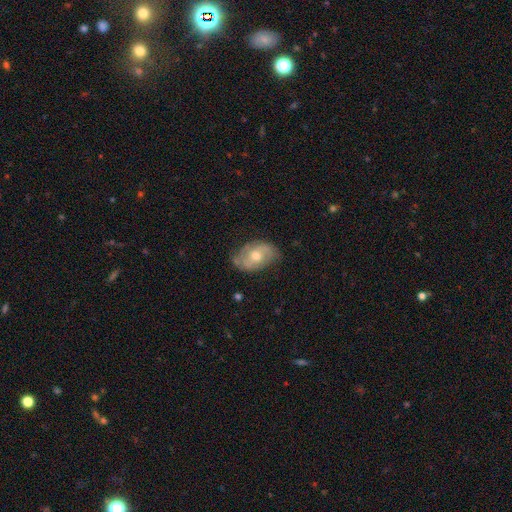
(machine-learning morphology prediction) A featured or disk galaxy (54%) with no bar (63%), spiral arms (70%) and a moderate central bulge (70%).

Vote fractions:
- Smooth or featured? featured or disk: 54% / smooth: 40% / star or artifact: 6%
- Edge-on disk? no: 95% / yes: 5%
- Bar? no: 63% / weak: 31% / strong: 6%
- Spiral arms? yes: 70% / no: 30%
- Bulge size? moderate: 70% / small: 23% / large: 5% / none: 1% / dominant: 1%
- Merging? none: 67% / minor disturbance: 25% / major disturbance: 6% / merger: 2%